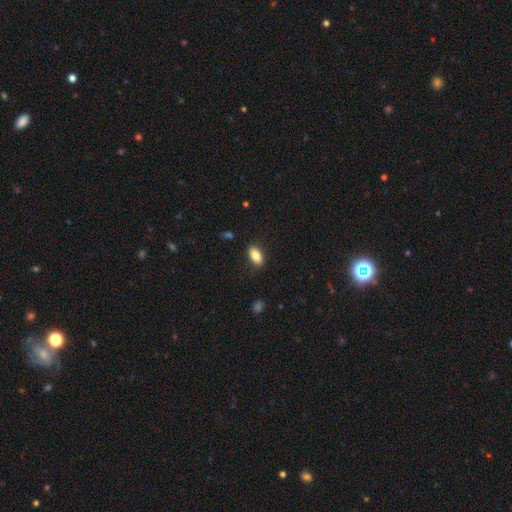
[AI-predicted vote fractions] smooth_or_featured: smooth (p=0.82) [alt: featured or disk p=0.10]
how_rounded: in between (p=0.89) [alt: cigar-shaped p=0.06]
merging: none (p=0.86) [alt: minor disturbance p=0.10]